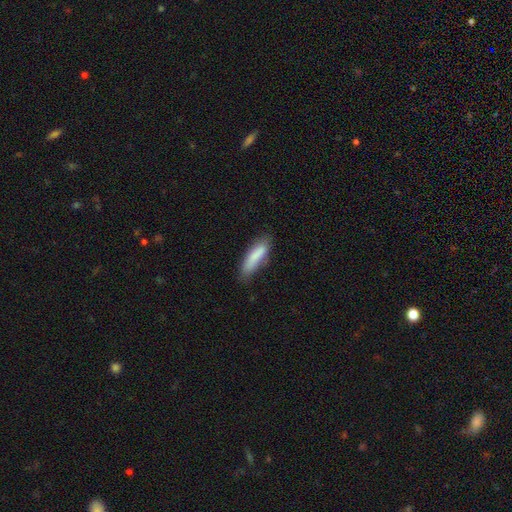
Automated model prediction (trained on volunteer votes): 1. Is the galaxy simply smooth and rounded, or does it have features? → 81% smooth, 12% featured or disk, 6% star or artifact.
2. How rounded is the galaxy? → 63% cigar-shaped, 35% in between, 2% round.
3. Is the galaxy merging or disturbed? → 67% none, 24% minor disturbance, 6% major disturbance, 3% merger.